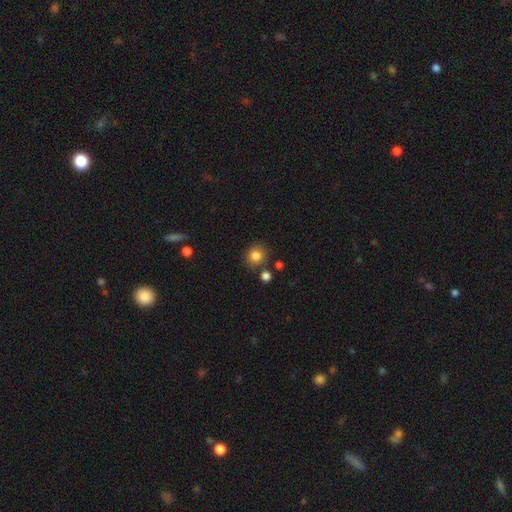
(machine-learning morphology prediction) smooth_or_featured: smooth (p=0.84) [alt: star or artifact p=0.11]
how_rounded: round (p=0.85) [alt: in between p=0.14]
merging: none (p=0.81) [alt: minor disturbance p=0.09]